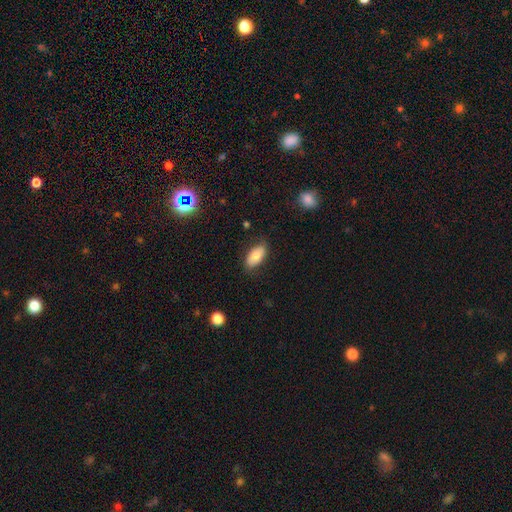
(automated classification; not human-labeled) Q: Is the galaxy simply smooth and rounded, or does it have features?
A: smooth — 80%.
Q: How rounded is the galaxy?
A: in between — 92%.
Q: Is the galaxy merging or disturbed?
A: none — 78%.